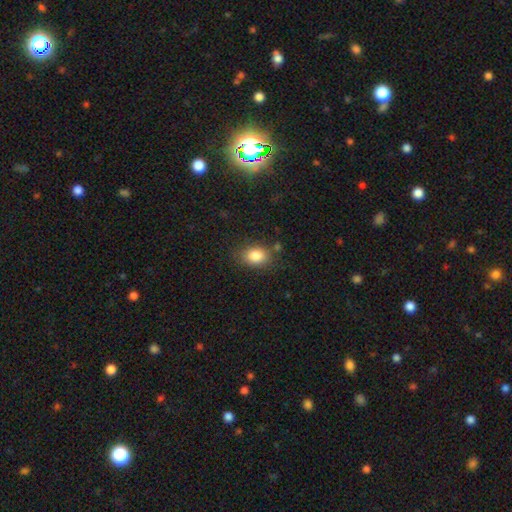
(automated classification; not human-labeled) Smooth or featured? Predicted: smooth (p=0.84). How rounded? Predicted: in between (p=0.70). Merging? Predicted: none (p=0.77).